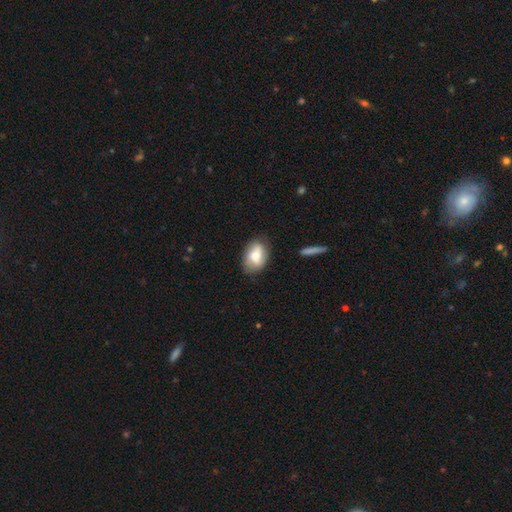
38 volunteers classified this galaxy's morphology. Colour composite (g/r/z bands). It shows a smooth galaxy with no disk features (84%) that is in between round and cigar-shaped (97%). Merging: none (58%).